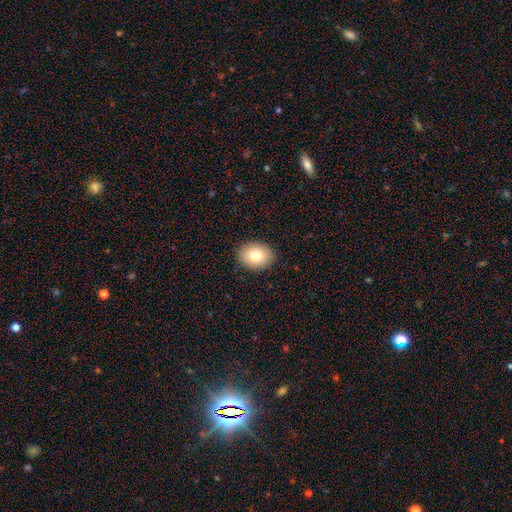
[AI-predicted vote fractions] smooth 78%, featured or disk 13%, star or artifact 9%. Down the decision tree: how rounded — in between (58%); merging — none (89%).